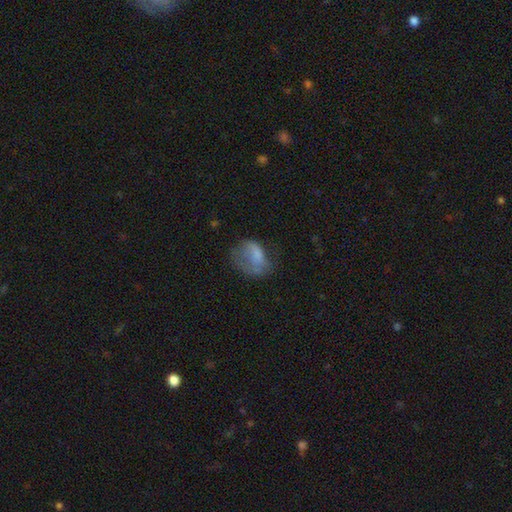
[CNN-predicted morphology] This is likely a smooth galaxy (61%). How rounded: likely in between (73%). Merging: marginally major disturbance (41%).